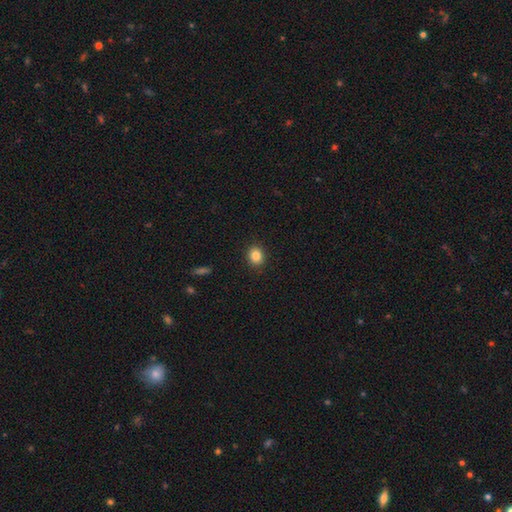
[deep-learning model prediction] The model was most divided on "how rounded": round: 71%, in between: 28%, cigar-shaped: 1%. More confident: merging — none (90%); smooth or featured — smooth (85%).